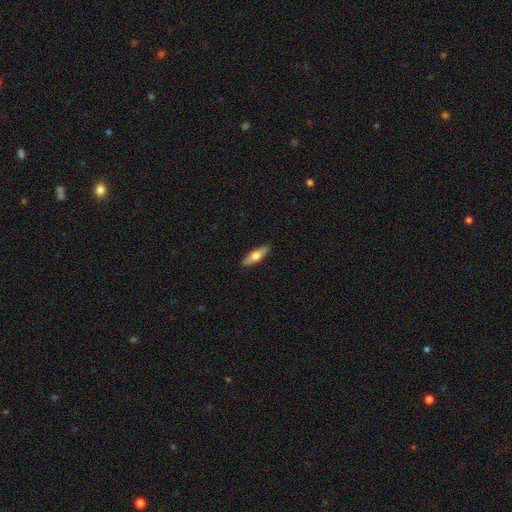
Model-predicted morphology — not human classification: This is likely a smooth galaxy (61%). How rounded: possibly cigar-shaped (57%). Merging: clearly none (90%).